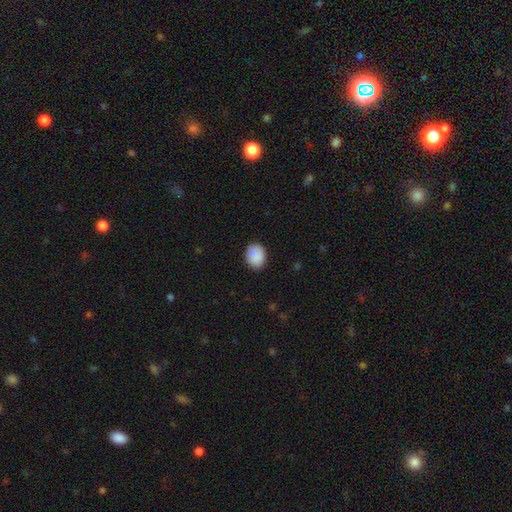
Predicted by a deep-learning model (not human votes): Smooth or featured? smooth (90%)
How rounded? in between (55%)
Merging? none (87%)